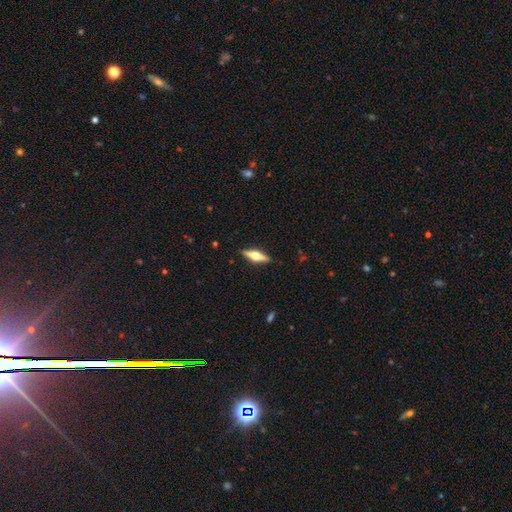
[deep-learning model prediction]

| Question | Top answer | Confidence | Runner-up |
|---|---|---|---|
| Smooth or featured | featured or disk | 64% | smooth (30%) |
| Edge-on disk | yes | 96% | no (4%) |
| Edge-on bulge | rounded | 95% | boxy (4%) |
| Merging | none | 90% | minor disturbance (8%) |